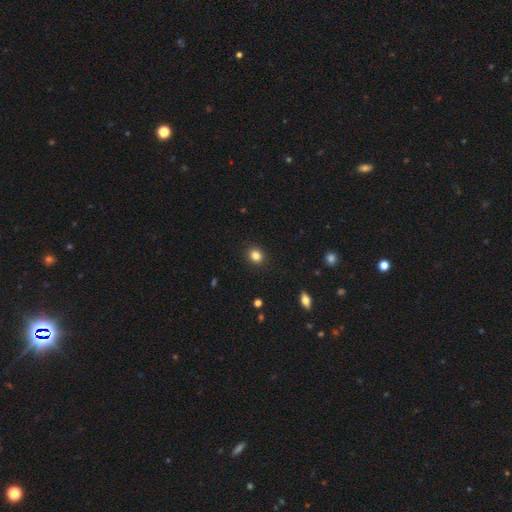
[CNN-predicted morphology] Smooth or featured? smooth (83%)
How rounded? round (73%)
Merging? none (91%)